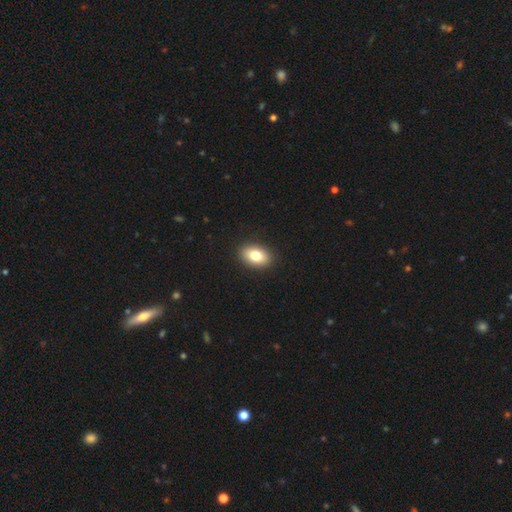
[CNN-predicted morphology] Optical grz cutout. It shows a smooth galaxy with no disk features (80%) that is in between round and cigar-shaped (87%). Merging: none (91%).